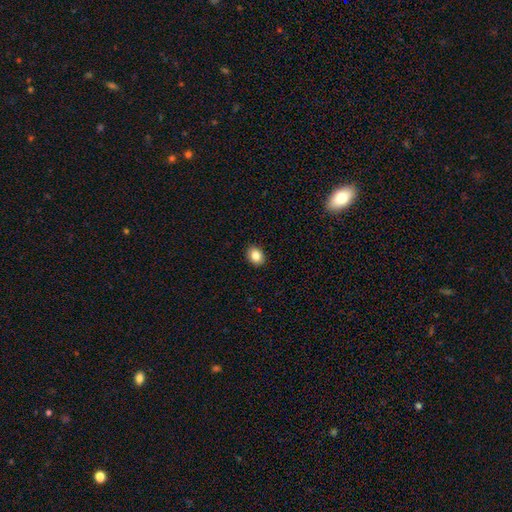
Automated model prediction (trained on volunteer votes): Morphology: type=smooth (85%); roundness=in between (60%); merging=none (91%).